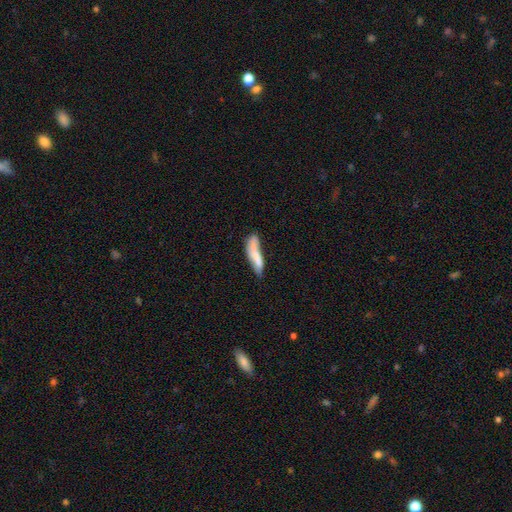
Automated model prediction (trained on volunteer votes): This appears to be a smooth galaxy with no disk features (69%) that is cigar-shaped (70%). Merging: none (39%).